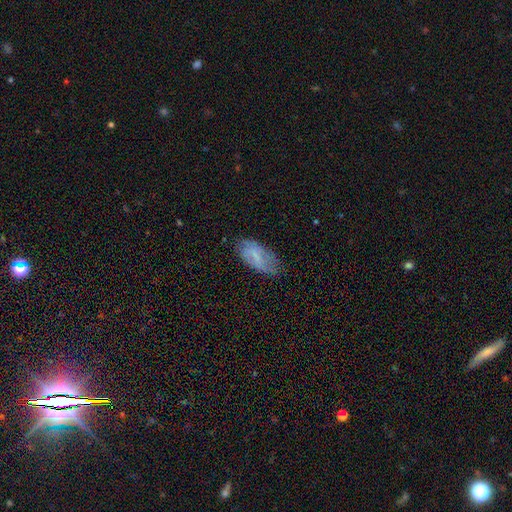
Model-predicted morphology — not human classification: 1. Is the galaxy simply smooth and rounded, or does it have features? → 55% smooth, 36% featured or disk, 9% star or artifact.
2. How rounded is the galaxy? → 91% in between, 7% cigar-shaped, 3% round.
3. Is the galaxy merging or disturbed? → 62% none, 28% minor disturbance, 9% major disturbance, 2% merger.